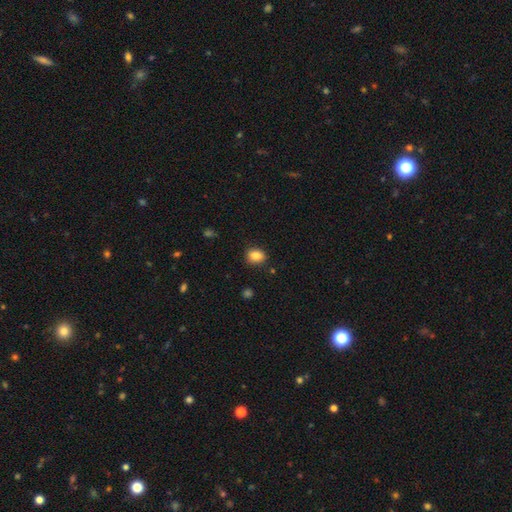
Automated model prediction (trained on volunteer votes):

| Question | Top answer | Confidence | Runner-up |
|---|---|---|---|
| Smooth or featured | smooth | 85% | star or artifact (10%) |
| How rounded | in between | 50% | round (49%) |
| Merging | none | 86% | minor disturbance (10%) |